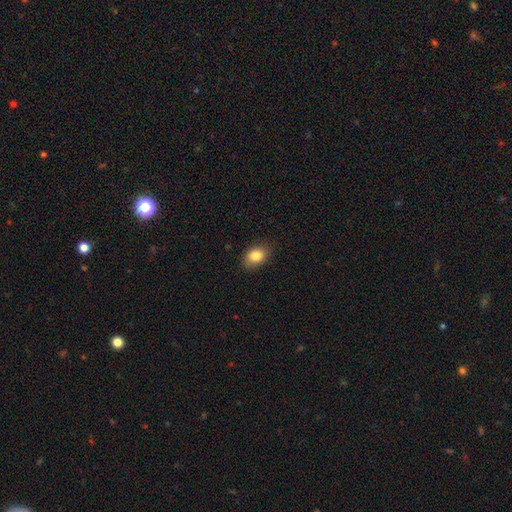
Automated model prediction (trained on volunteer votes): Smooth or featured: smooth — 84% (star or artifact — 9%)
How rounded: in between — 74% (round — 25%)
Merging: none — 82% (minor disturbance — 14%)